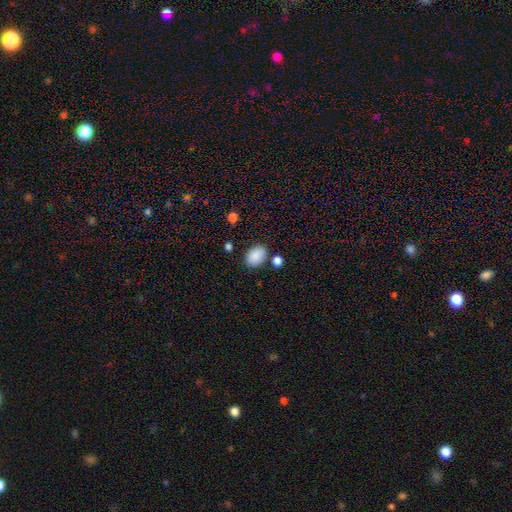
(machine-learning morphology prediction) Overall: smooth (88%). How rounded: in between (81%). Merging: none (78%).